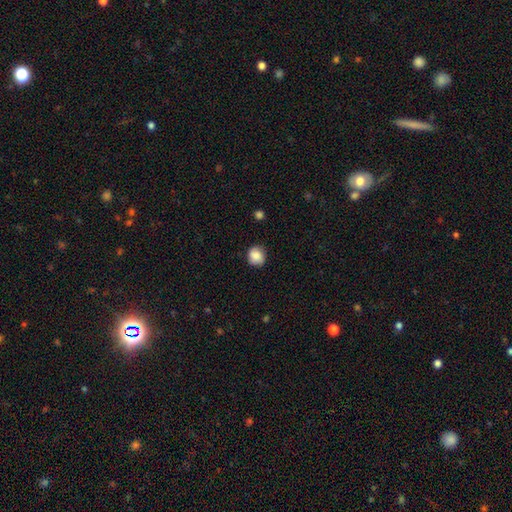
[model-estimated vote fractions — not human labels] Smooth or featured: smooth — 83% (star or artifact — 9%)
How rounded: round — 76% (in between — 23%)
Merging: none — 77% (minor disturbance — 18%)